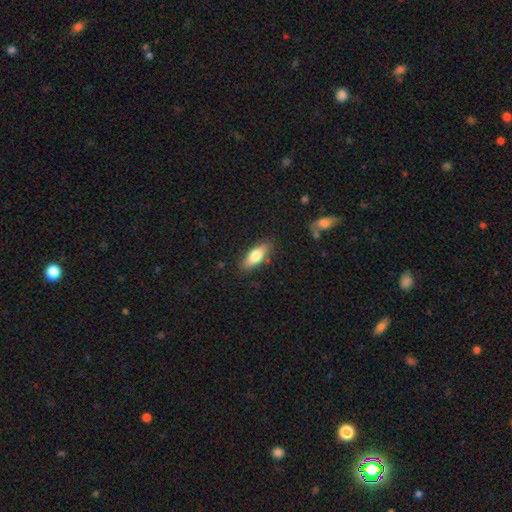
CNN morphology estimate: A smooth galaxy with no disk features (74%) that is in between round and cigar-shaped (70%). Merging: none (84%).